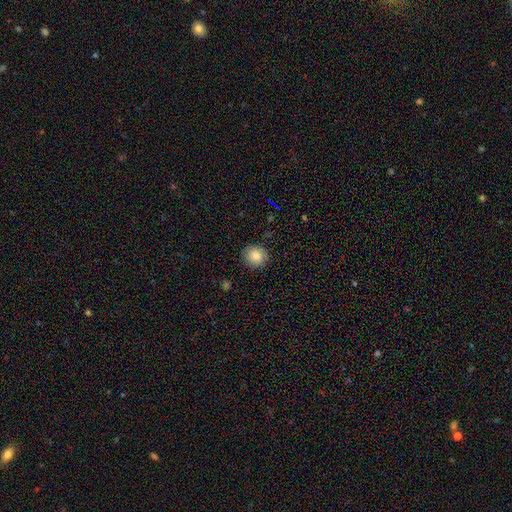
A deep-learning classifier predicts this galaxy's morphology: Smooth or featured: smooth — 85% (star or artifact — 8%)
How rounded: round — 85% (in between — 14%)
Merging: none — 87% (minor disturbance — 10%)